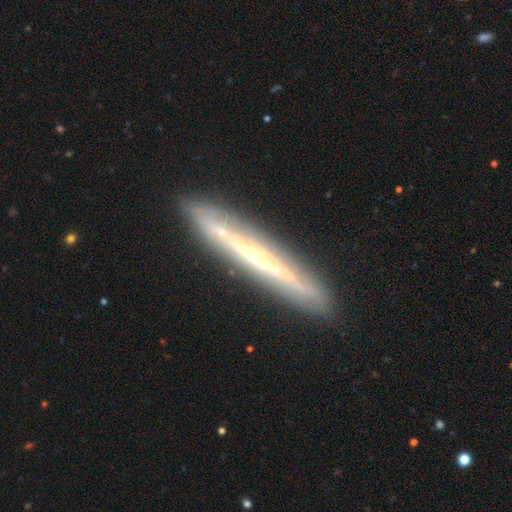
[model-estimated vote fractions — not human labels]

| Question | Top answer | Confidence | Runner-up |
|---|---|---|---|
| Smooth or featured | featured or disk | 79% | smooth (15%) |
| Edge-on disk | yes | 92% | no (8%) |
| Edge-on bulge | rounded | 58% | none (37%) |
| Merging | none | 88% | minor disturbance (9%) |